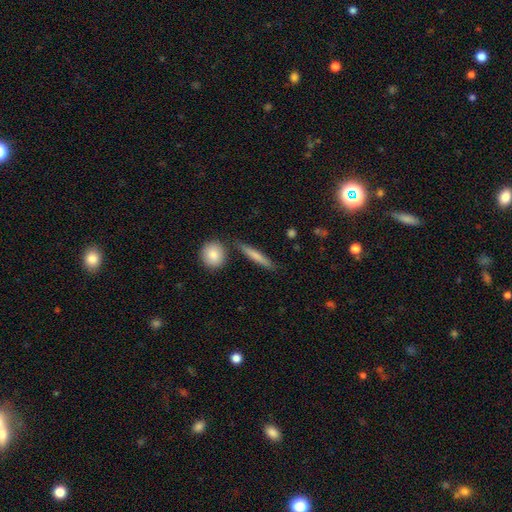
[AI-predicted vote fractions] A smooth galaxy with no disk features (70%) that is cigar-shaped (90%).

Vote fractions:
- Smooth or featured? smooth: 70% / featured or disk: 24% / star or artifact: 6%
- How rounded? cigar-shaped: 90% / in between: 7% / round: 3%
- Merging? none: 83% / minor disturbance: 10% / merger: 4% / major disturbance: 2%